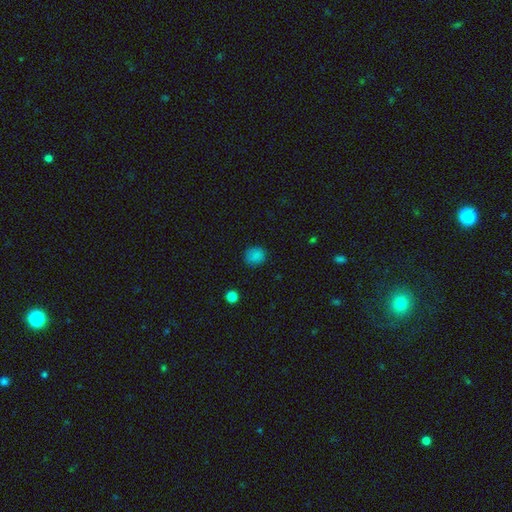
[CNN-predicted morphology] Q: Smooth or featured?
A: smooth (83%); runner-up: star or artifact (13%)
Q: How rounded?
A: round (78%); runner-up: in between (21%)
Q: Merging?
A: none (85%); runner-up: minor disturbance (11%)